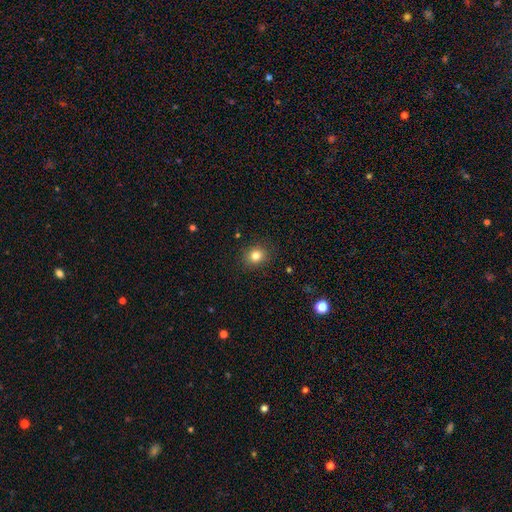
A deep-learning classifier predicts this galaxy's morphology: A smooth galaxy with no disk features (83%) that is round (73%). Merging: none (88%).